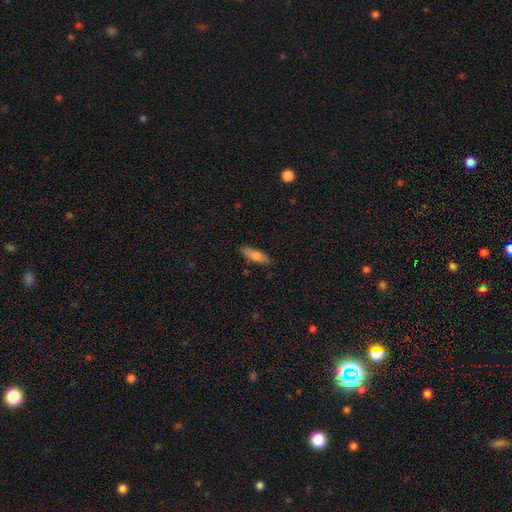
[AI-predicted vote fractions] Q: Smooth or featured?
A: smooth (73%); runner-up: featured or disk (20%)
Q: How rounded?
A: in between (50%); runner-up: cigar-shaped (48%)
Q: Merging?
A: none (85%); runner-up: minor disturbance (11%)